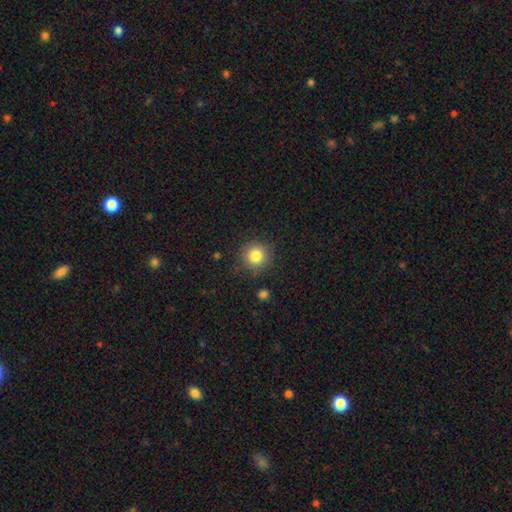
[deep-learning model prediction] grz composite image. It shows a smooth galaxy with no disk features (82%) that is round (94%). Merging: none (86%).